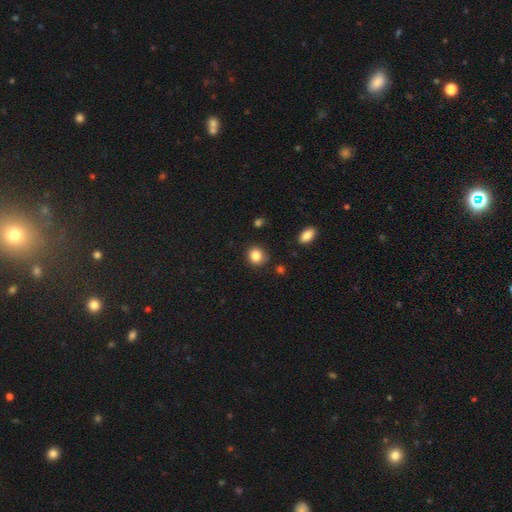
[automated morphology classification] smooth_or_featured: smooth (p=0.85) [alt: star or artifact p=0.10]
how_rounded: round (p=0.79) [alt: in between p=0.20]
merging: none (p=0.84) [alt: minor disturbance p=0.11]